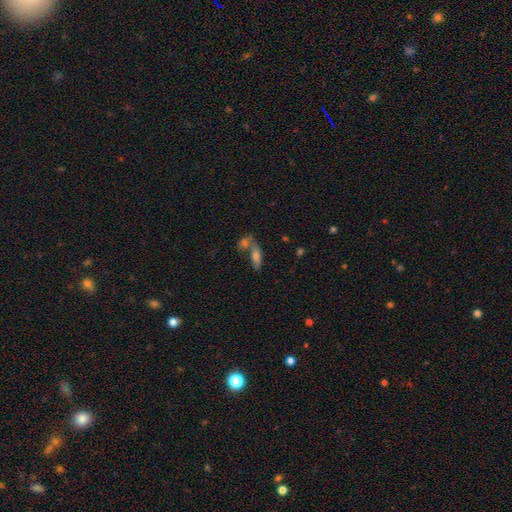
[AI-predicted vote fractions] Q: Smooth or featured?
A: smooth (63%); runner-up: featured or disk (25%)
Q: How rounded?
A: in between (65%); runner-up: cigar-shaped (30%)
Q: Merging?
A: merger (51%); runner-up: none (35%)